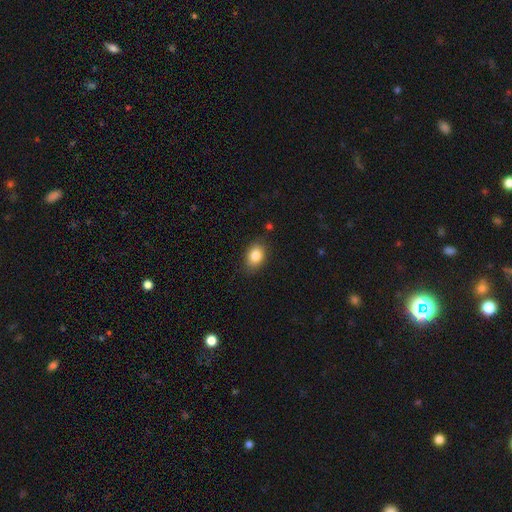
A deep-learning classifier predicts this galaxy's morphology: A smooth galaxy with no disk features (85%) that is in between round and cigar-shaped (79%).

Vote fractions:
- Smooth or featured? smooth: 85% / star or artifact: 8% / featured or disk: 7%
- How rounded? in between: 79% / round: 20% / cigar-shaped: 1%
- Merging? none: 83% / minor disturbance: 13% / major disturbance: 3% / merger: 2%